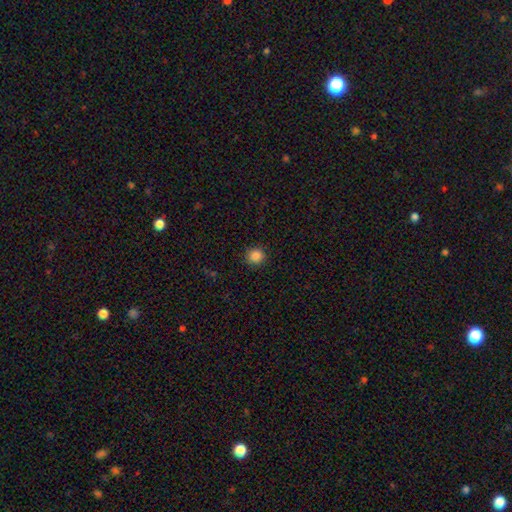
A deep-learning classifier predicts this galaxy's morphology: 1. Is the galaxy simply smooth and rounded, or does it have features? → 86% smooth, 11% star or artifact, 3% featured or disk.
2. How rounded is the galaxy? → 92% round, 7% in between, 1% cigar-shaped.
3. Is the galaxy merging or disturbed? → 91% none, 6% minor disturbance, 2% major disturbance, 1% merger.